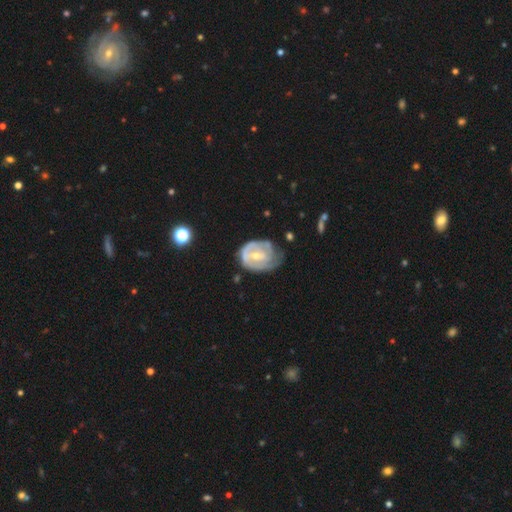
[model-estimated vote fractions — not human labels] This is likely a featured or disk galaxy (70%). It is clearly not viewed edge-on (97%). Bar: possibly no (48%). Spiral arm pattern: likely yes (71%). Central bulge: possibly small (53%). Merging: marginally none (39%).